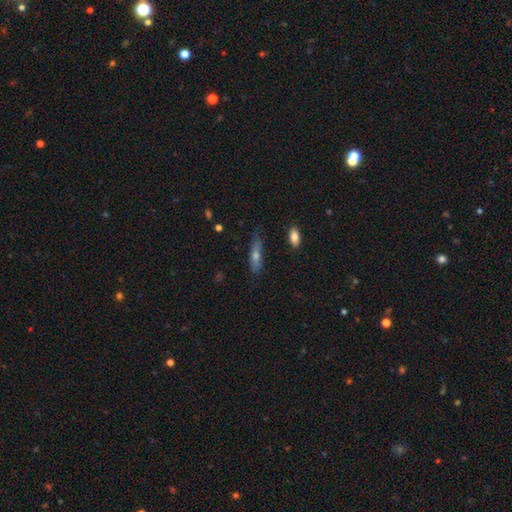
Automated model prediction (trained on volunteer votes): Smooth or featured? Predicted: smooth (p=0.47). Merging? Predicted: none (p=0.78).